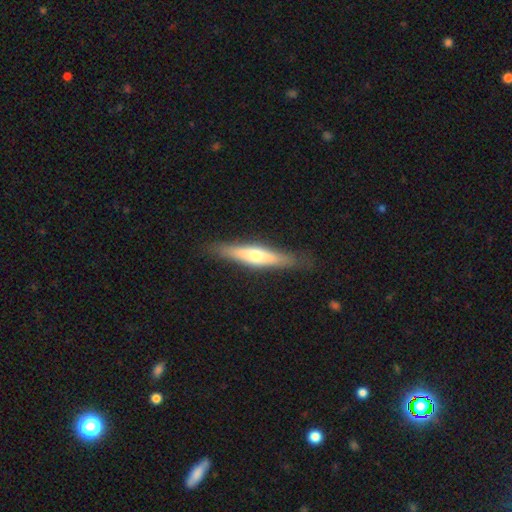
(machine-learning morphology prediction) smooth_or_featured: featured or disk (p=0.51) [alt: smooth p=0.44]
disk_edge_on: yes (p=0.85) [alt: no p=0.15]
merging: none (p=0.84) [alt: minor disturbance p=0.12]